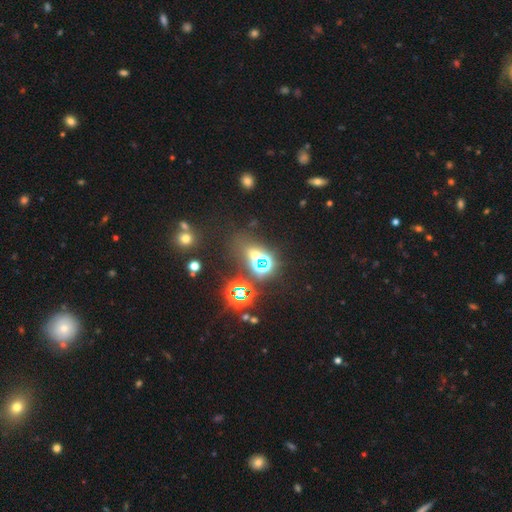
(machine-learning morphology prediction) smooth_or_featured: star or artifact (p=0.60) [alt: smooth p=0.30]